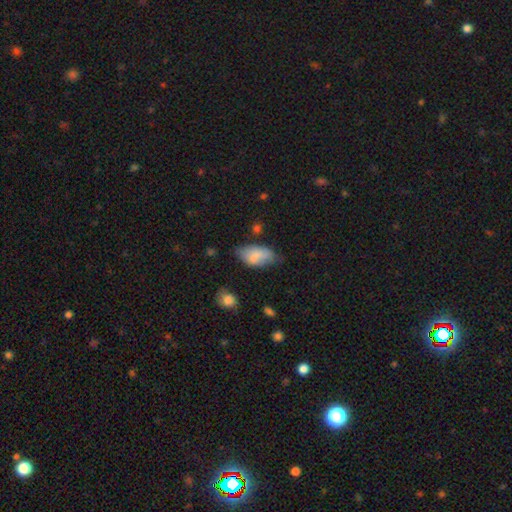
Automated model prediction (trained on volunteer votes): Overall: smooth (78%). How rounded: in between (93%). Merging: none (54%; minor disturbance 31%).